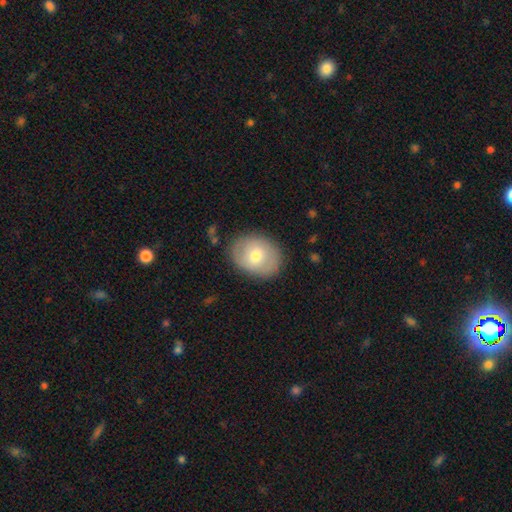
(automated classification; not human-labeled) smooth 66%, featured or disk 27%, star or artifact 7%. Down the decision tree: how rounded — in between (53%); merging — none (83%).